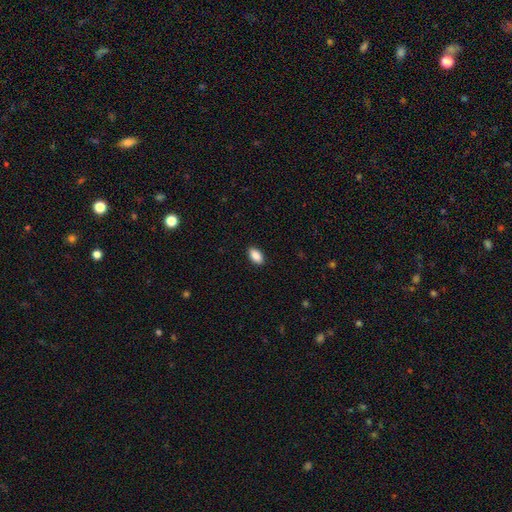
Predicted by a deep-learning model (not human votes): Morphology: type=smooth (90%); roundness=in between (93%); merging=none (90%).